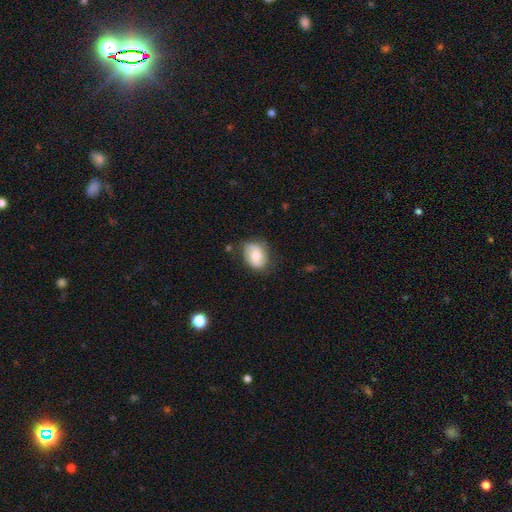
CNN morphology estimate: smooth-or-featured: smooth: 57% | featured or disk: 35% | star or artifact: 7%
  how-rounded: in between: 63% | round: 35% | cigar-shaped: 1%
  merging: none: 69% | minor disturbance: 23% | major disturbance: 6% | merger: 2%